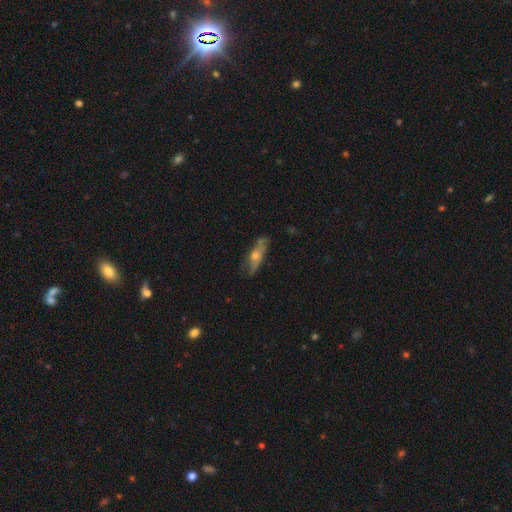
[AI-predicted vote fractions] featured or disk 57%, smooth 35%, star or artifact 9%. Down the decision tree: edge-on disk — yes (62%); merging — none (70%).